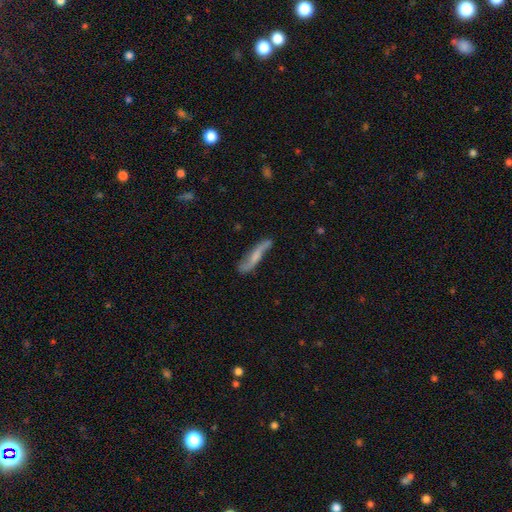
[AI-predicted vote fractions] Smooth or featured: featured or disk — 61% (smooth — 33%)
Edge-on disk: no — 63% (yes — 37%)
Merging: none — 67% (minor disturbance — 23%)